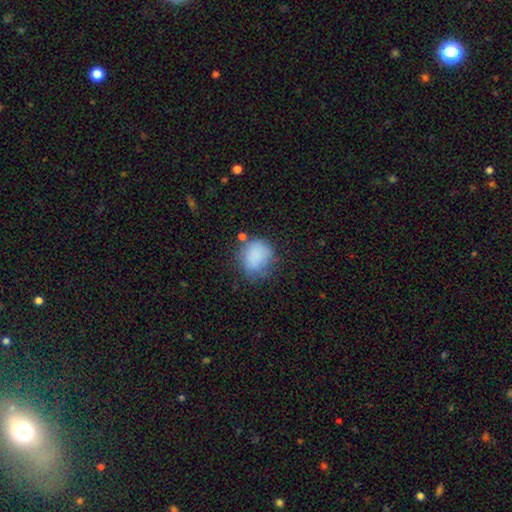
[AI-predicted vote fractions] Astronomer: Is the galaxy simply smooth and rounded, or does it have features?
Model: smooth — 82%.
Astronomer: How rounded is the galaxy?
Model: round — 68%.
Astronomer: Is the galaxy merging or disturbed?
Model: none — 53% (runner-up: minor disturbance, 28%).